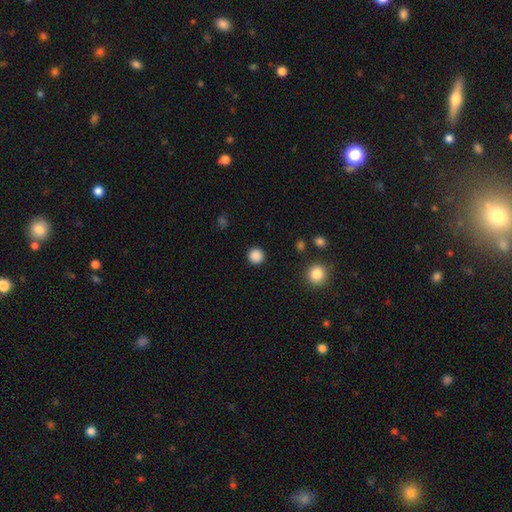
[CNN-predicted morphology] smooth 86%, star or artifact 11%, featured or disk 3%. Down the decision tree: how rounded — round (95%); merging — none (92%).